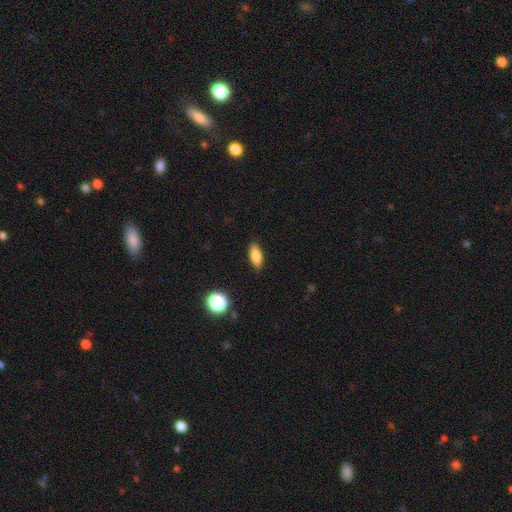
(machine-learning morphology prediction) Smooth or featured: smooth — 80% (featured or disk — 12%)
How rounded: in between — 76% (cigar-shaped — 20%)
Merging: none — 88% (minor disturbance — 9%)